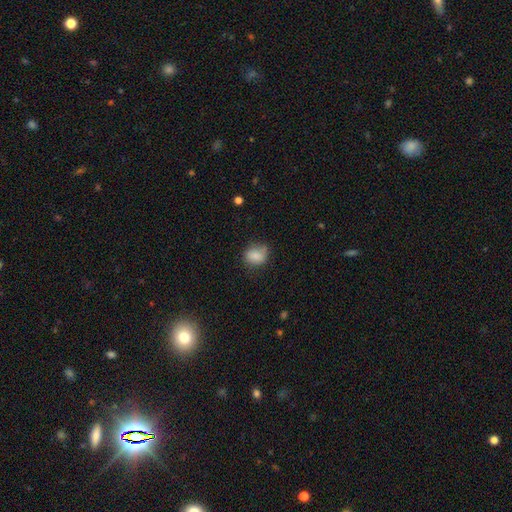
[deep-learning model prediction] This appears to be a smooth galaxy with no disk features (83%) that is in between round and cigar-shaped (55%). Merging: none (62%).